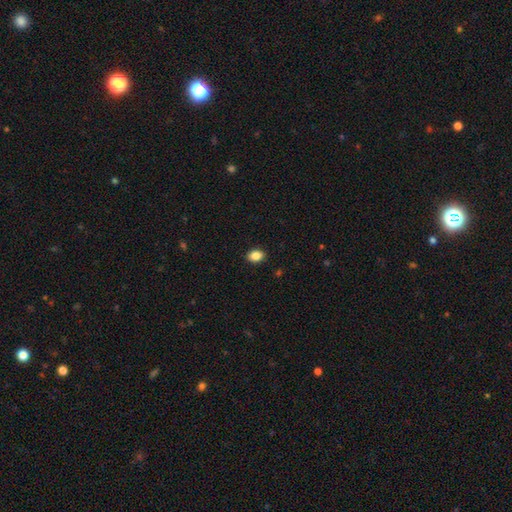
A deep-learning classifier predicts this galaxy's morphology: smooth_or_featured: smooth (p=0.87) [alt: star or artifact p=0.09]
how_rounded: in between (p=0.72) [alt: round p=0.27]
merging: none (p=0.90) [alt: minor disturbance p=0.07]